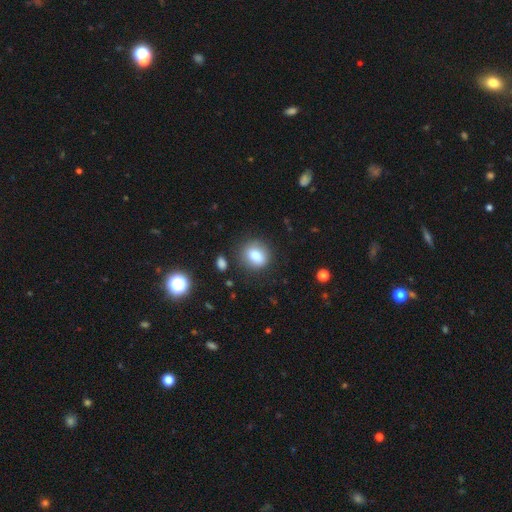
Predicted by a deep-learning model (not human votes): This is clearly a smooth galaxy (81%). How rounded: likely round (66%). Merging: clearly none (81%).